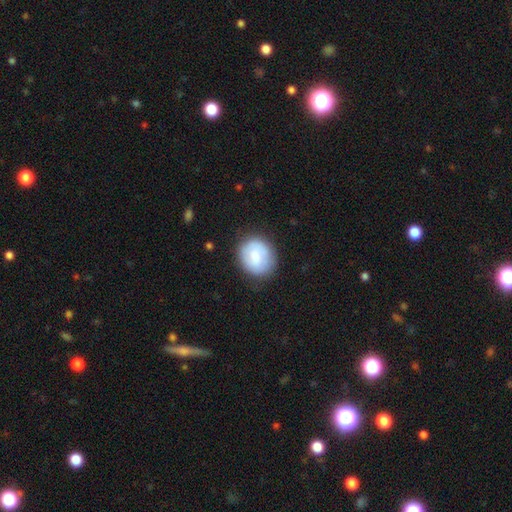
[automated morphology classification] Smooth or featured? Predicted: smooth (p=0.70). How rounded? Predicted: round (p=0.75). Merging? Predicted: none (p=0.79).